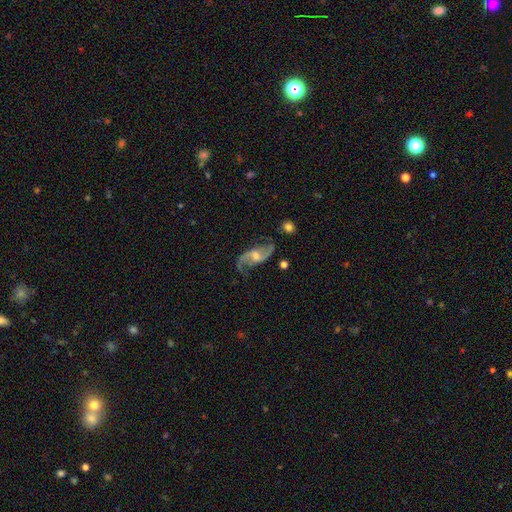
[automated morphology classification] The model was most divided on "bar": weak: 48%, no: 36%, strong: 16%. More confident: spiral arms — yes (96%); edge-on disk — no (96%); spiral arm count — 2 (92%); smooth or featured — featured or disk (88%); merging — none (73%); spiral winding — loose (69%); bulge size — moderate (57%).